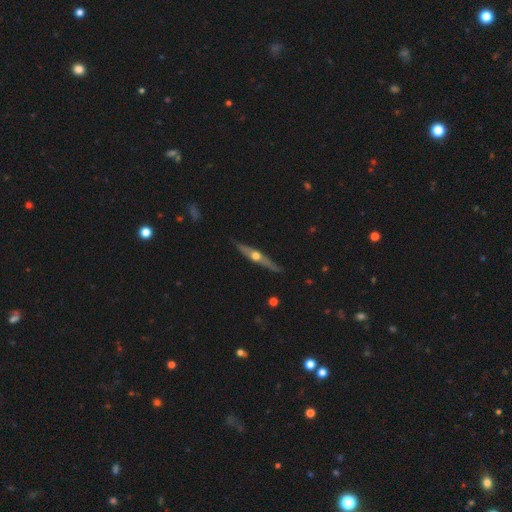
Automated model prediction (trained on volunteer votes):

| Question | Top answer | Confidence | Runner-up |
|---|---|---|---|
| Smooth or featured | featured or disk | 76% | smooth (19%) |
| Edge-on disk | yes | 96% | no (4%) |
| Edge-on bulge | rounded | 95% | none (3%) |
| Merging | none | 87% | minor disturbance (10%) |